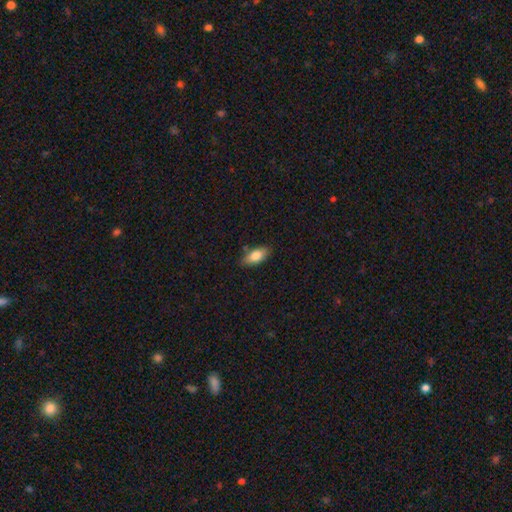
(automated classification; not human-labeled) Q: Smooth or featured?
A: smooth (80%); runner-up: featured or disk (13%)
Q: How rounded?
A: in between (88%); runner-up: cigar-shaped (9%)
Q: Merging?
A: none (81%); runner-up: minor disturbance (14%)